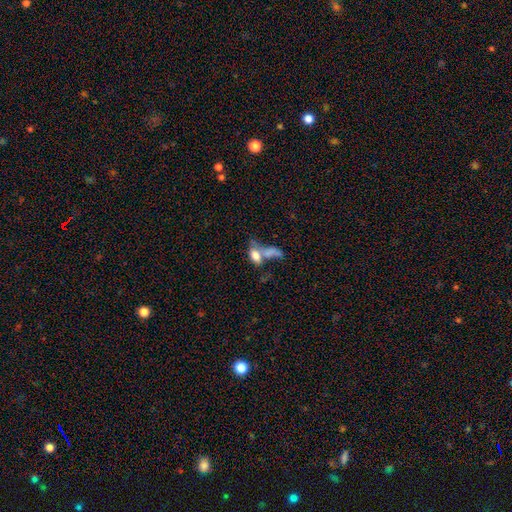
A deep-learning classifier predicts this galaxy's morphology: smooth 69%, featured or disk 21%, star or artifact 10%. Down the decision tree: how rounded — in between (82%); merging — merger (54%).